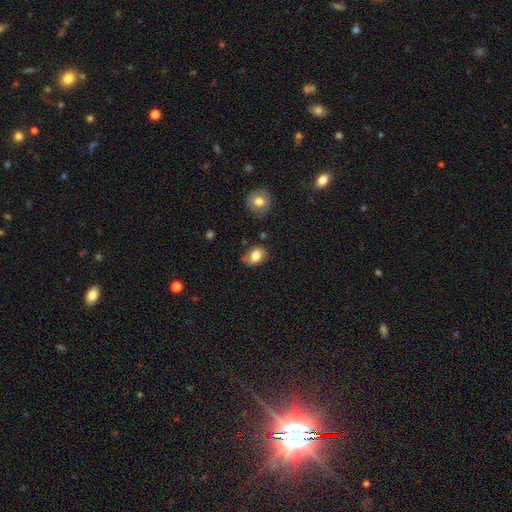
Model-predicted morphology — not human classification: type=smooth (81%); roundness=in between (72%); merging=none (61%).